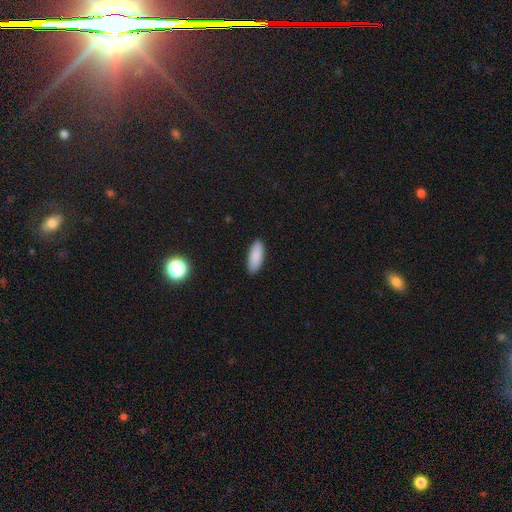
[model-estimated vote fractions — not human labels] smooth_or_featured: smooth (p=0.89) [alt: star or artifact p=0.06]
how_rounded: in between (p=0.79) [alt: cigar-shaped p=0.19]
merging: none (p=0.89) [alt: minor disturbance p=0.08]